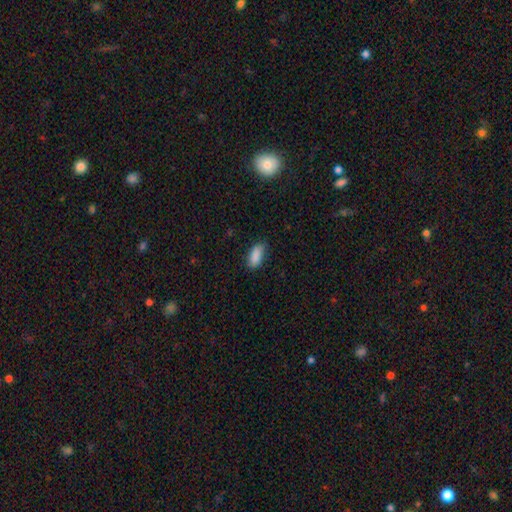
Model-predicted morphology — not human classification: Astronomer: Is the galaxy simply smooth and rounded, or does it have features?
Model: smooth — 88%.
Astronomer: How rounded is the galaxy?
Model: in between — 85%.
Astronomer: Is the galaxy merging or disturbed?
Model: none — 76%.